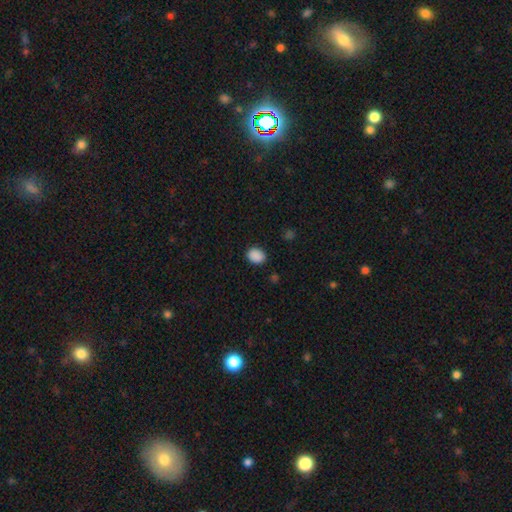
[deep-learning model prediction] The model was most divided on "how rounded": in between: 57%, round: 43%, cigar-shaped: 1%. More confident: smooth or featured — smooth (89%); merging — none (88%).